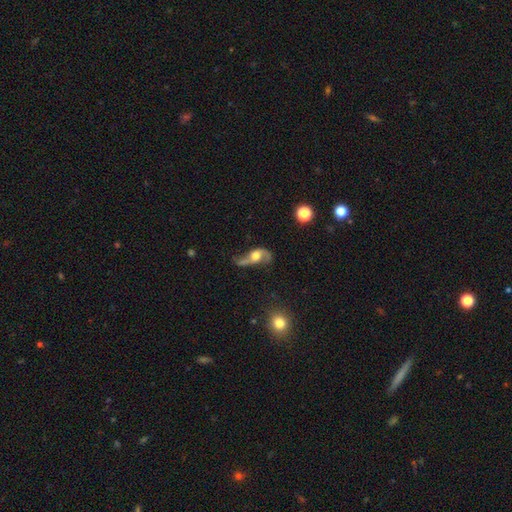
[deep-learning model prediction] The model was most divided on "merging": none: 50%, major disturbance: 23%, minor disturbance: 21%, merger: 6%. More confident: edge-on disk — no (93%); spiral arms — yes (92%); spiral arm count — 2 (90%); spiral winding — loose (81%); smooth or featured — featured or disk (80%); bar — no (64%); bulge size — moderate (57%).